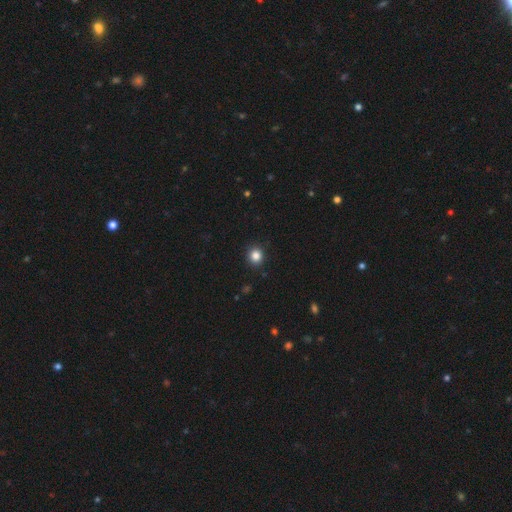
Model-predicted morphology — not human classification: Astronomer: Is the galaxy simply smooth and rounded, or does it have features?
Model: smooth — 84%.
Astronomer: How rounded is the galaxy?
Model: round — 86%.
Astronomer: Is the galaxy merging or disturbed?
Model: none — 91%.